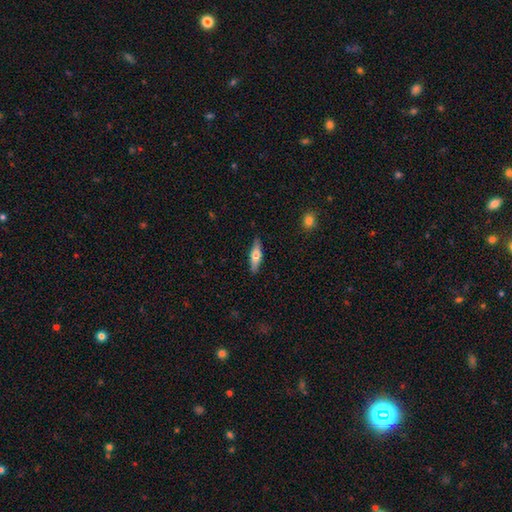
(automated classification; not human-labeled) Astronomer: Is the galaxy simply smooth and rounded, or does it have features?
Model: smooth — 57% (runner-up: featured or disk, 37%).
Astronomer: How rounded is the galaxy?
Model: cigar-shaped — 62%.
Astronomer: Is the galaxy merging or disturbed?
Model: none — 87%.